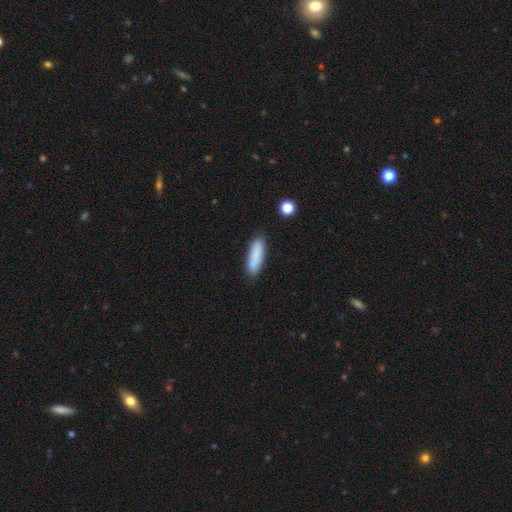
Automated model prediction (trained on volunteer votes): Smooth or featured: smooth — 86% (featured or disk — 7%)
How rounded: cigar-shaped — 55% (in between — 44%)
Merging: none — 84% (minor disturbance — 11%)